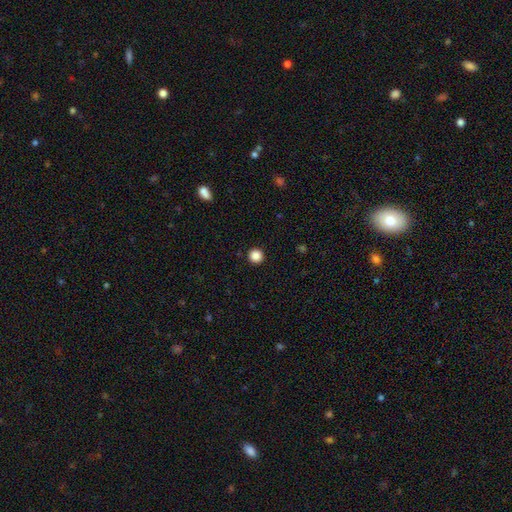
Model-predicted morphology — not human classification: Smooth or featured?
  - smooth: 87% *
  - star or artifact: 10%
  - featured or disk: 3%
How rounded?
  - round: 96% *
  - in between: 3%
  - cigar-shaped: 1%
Merging?
  - none: 93% *
  - minor disturbance: 4%
  - major disturbance: 2%
  - merger: 1%